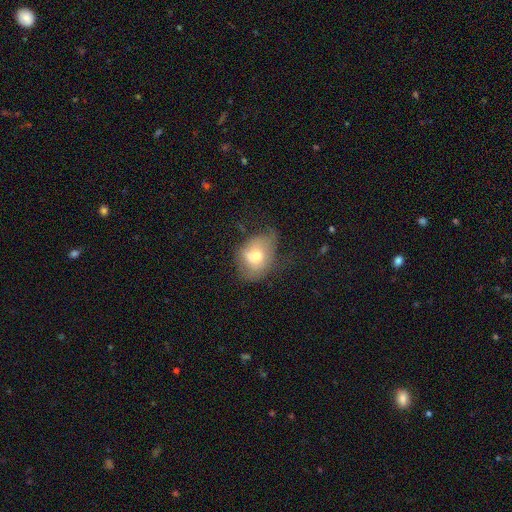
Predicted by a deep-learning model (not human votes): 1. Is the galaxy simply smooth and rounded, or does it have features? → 61% smooth, 29% featured or disk, 9% star or artifact.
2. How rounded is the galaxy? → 66% in between, 32% round, 1% cigar-shaped.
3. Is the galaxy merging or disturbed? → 37% minor disturbance, 34% none, 24% major disturbance, 5% merger.